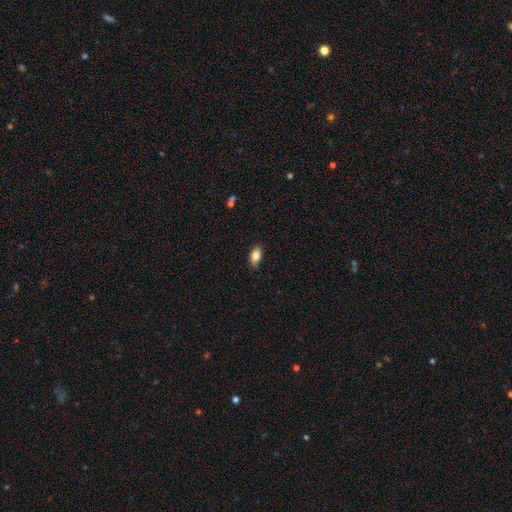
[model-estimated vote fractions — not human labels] Q: Smooth or featured?
A: smooth (83%); runner-up: featured or disk (9%)
Q: How rounded?
A: in between (90%); runner-up: round (6%)
Q: Merging?
A: none (85%); runner-up: minor disturbance (12%)